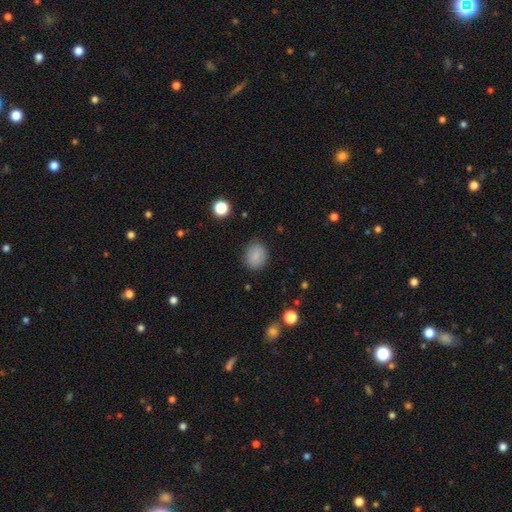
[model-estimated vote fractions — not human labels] Overall: smooth (85%). How rounded: round (57%; in between 42%). Merging: none (84%).